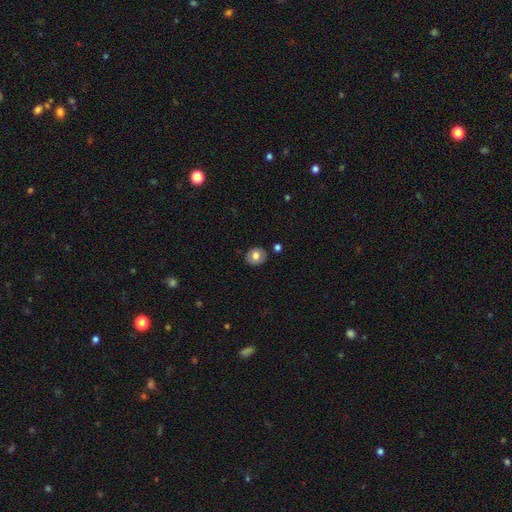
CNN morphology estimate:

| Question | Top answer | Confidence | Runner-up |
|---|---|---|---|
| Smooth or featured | smooth | 72% | featured or disk (19%) |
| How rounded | round | 66% | in between (33%) |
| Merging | none | 85% | minor disturbance (10%) |